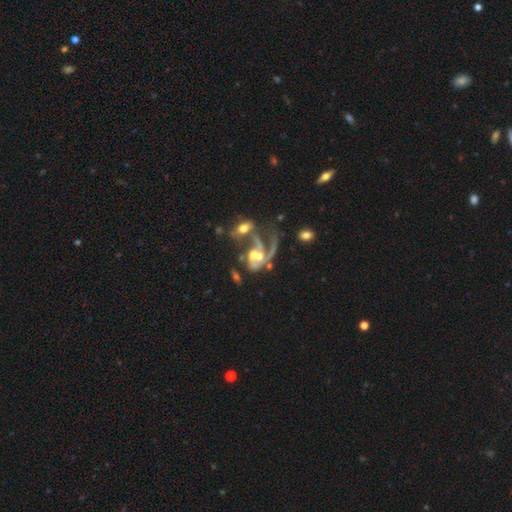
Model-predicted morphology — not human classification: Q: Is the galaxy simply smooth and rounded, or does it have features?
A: featured or disk — 73%.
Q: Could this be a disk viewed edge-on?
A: no — 96%.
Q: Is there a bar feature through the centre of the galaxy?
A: no — 71%.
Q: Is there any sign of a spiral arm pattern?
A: yes — 66%.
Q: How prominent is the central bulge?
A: moderate — 50%.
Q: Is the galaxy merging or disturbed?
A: merger — 55%.